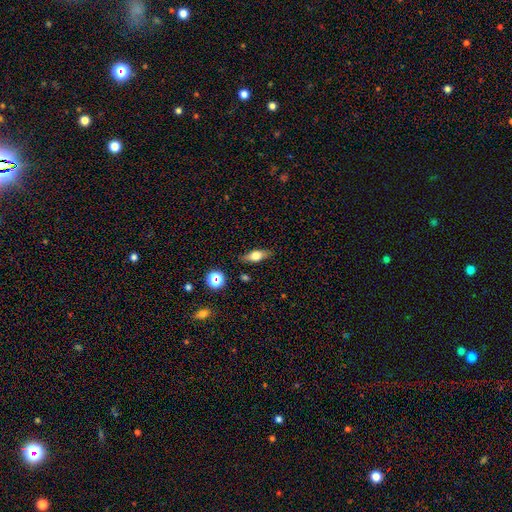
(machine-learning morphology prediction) A smooth galaxy with no disk features (59%) that is in between round and cigar-shaped (66%). Merging: none (84%).